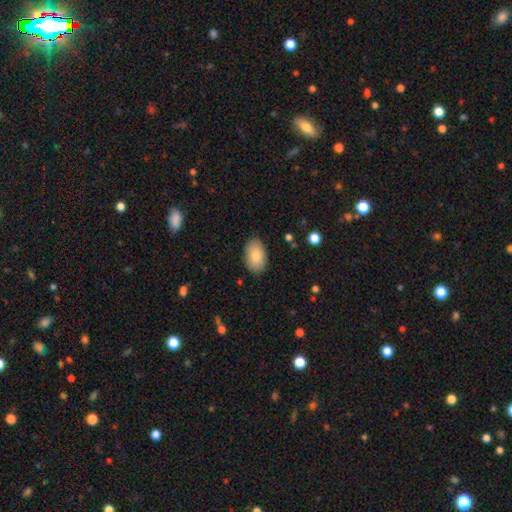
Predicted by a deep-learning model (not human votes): smooth-or-featured: smooth: 84% | featured or disk: 9% | star or artifact: 6%
  how-rounded: in between: 92% | round: 7% | cigar-shaped: 1%
  merging: none: 87% | minor disturbance: 10% | major disturbance: 2% | merger: 1%